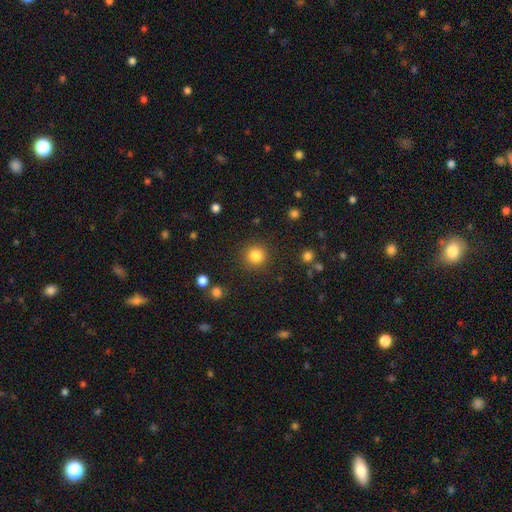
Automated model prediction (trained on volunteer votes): Smooth or featured: smooth — 84% (star or artifact — 11%)
How rounded: round — 94% (in between — 5%)
Merging: none — 89% (minor disturbance — 6%)